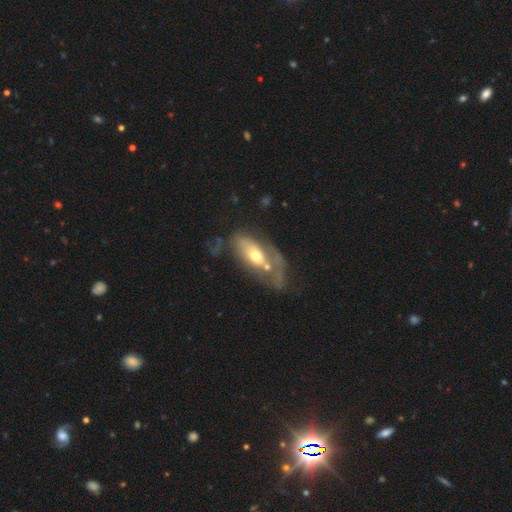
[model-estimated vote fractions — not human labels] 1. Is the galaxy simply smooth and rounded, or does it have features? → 50% featured or disk, 44% smooth, 6% star or artifact.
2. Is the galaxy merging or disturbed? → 31% major disturbance, 25% merger, 24% none, 21% minor disturbance.